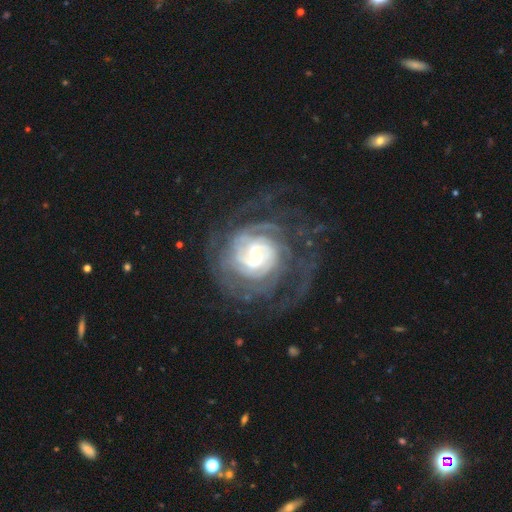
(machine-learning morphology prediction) smooth_or_featured: featured or disk (p=0.90) [alt: star or artifact p=0.05]
disk_edge_on: no (p=0.98) [alt: yes p=0.02]
bar: weak (p=0.47) [alt: no p=0.32]
has_spiral_arms: yes (p=0.98) [alt: no p=0.02]
spiral_winding: tight (p=0.72) [alt: medium p=0.22]
spiral_arm_count: can't tell (p=0.30) [alt: 2 p=0.24]
bulge_size: small (p=0.50) [alt: moderate p=0.40]
merging: none (p=0.66) [alt: major disturbance p=0.18]